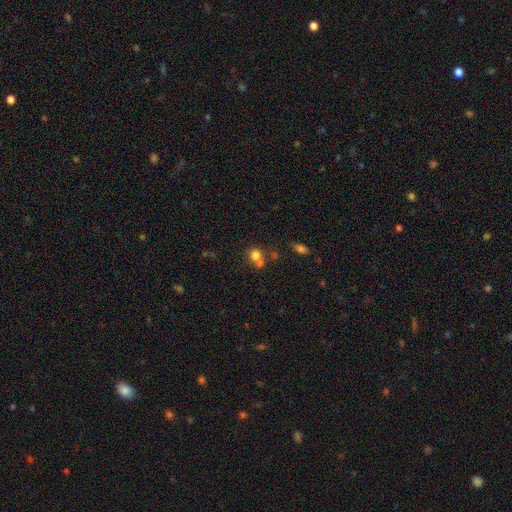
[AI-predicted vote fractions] smooth 76%, star or artifact 13%, featured or disk 11%. Down the decision tree: how rounded — round (76%); merging — none (45%).